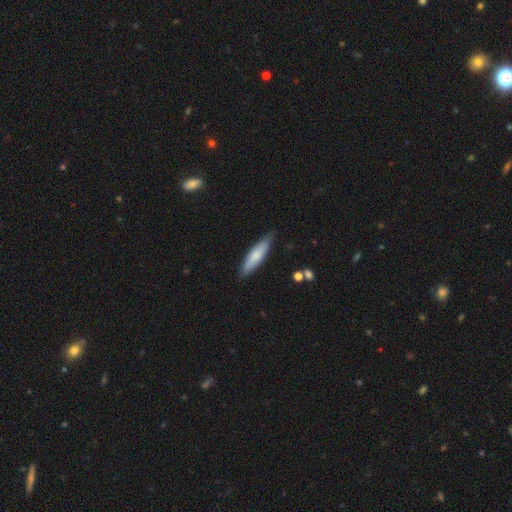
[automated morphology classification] This is likely a smooth galaxy (75%). How rounded: likely cigar-shaped (72%). Merging: clearly none (82%).